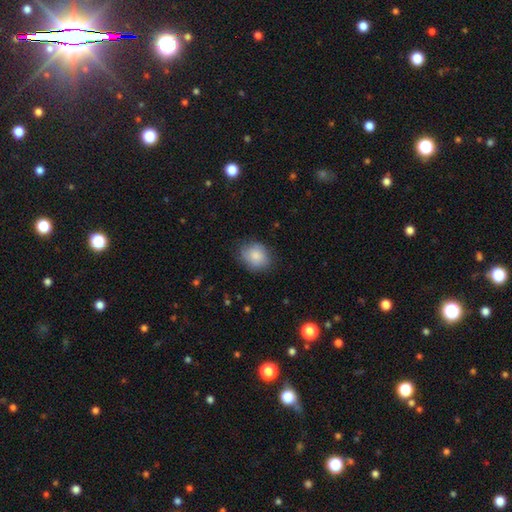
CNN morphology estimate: This is clearly a smooth galaxy (85%). How rounded: possibly round (59%). Merging: likely none (76%).